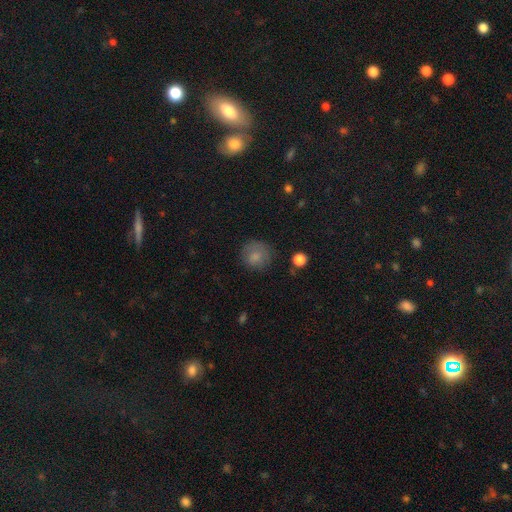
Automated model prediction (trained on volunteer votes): A smooth galaxy with no disk features (80%) that is round (88%).

Vote fractions:
- Smooth or featured? smooth: 80% / featured or disk: 10% / star or artifact: 10%
- How rounded? round: 88% / in between: 11% / cigar-shaped: 1%
- Merging? none: 73% / minor disturbance: 18% / major disturbance: 7% / merger: 2%